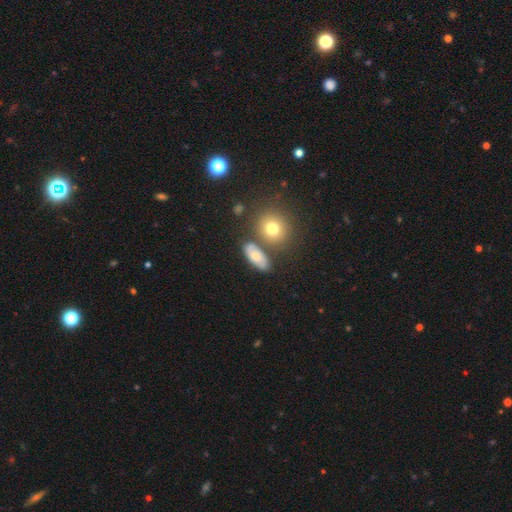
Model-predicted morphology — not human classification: A smooth galaxy with no disk features (65%) that is in between round and cigar-shaped (73%). Merging: none (68%).